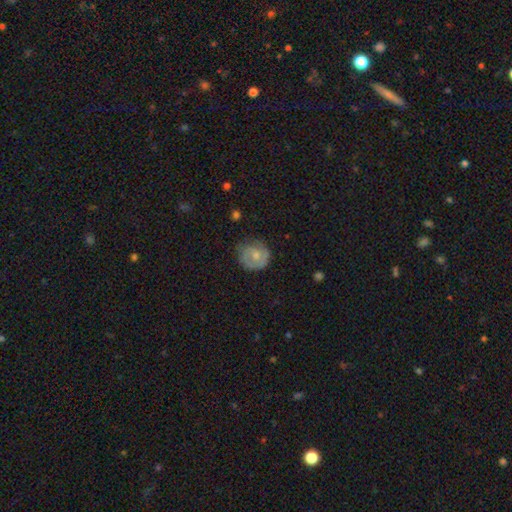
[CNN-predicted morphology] This appears to be a featured or disk galaxy (52%) with no bar (71%), spiral arms (76%) and a moderate central bulge (43%). Merging: none (65%).